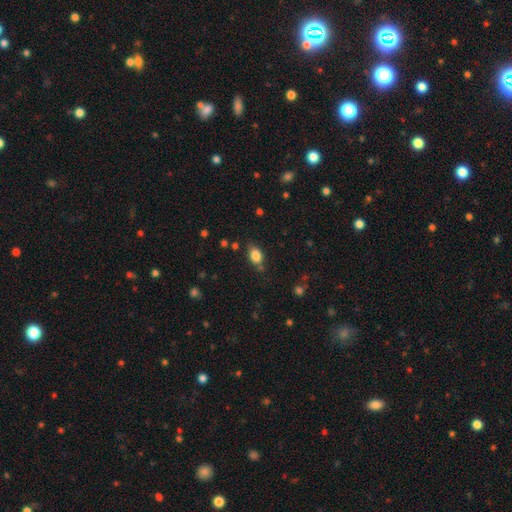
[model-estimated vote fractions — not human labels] Smooth or featured?
  - smooth: 83% *
  - star or artifact: 10%
  - featured or disk: 7%
How rounded?
  - in between: 78% *
  - round: 20%
  - cigar-shaped: 2%
Merging?
  - none: 72% *
  - minor disturbance: 18%
  - merger: 6%
  - major disturbance: 5%